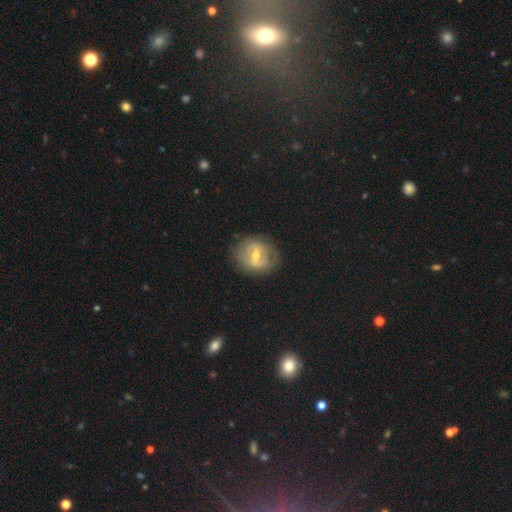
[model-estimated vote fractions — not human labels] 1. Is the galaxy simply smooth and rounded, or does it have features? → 67% featured or disk, 23% smooth, 10% star or artifact.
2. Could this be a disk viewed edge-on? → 92% no, 8% yes.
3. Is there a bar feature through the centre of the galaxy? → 43% strong, 39% weak, 18% no.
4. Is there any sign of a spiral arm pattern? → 53% yes, 47% no.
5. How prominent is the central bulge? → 62% moderate, 32% small, 4% large, 2% none, 1% dominant.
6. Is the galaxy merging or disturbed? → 75% none, 16% minor disturbance, 7% major disturbance, 1% merger.